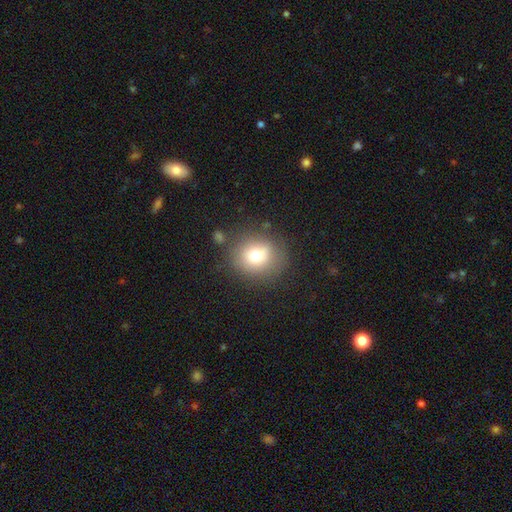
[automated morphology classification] smooth 72%, featured or disk 15%, star or artifact 13%. Down the decision tree: how rounded — round (83%); merging — none (77%).